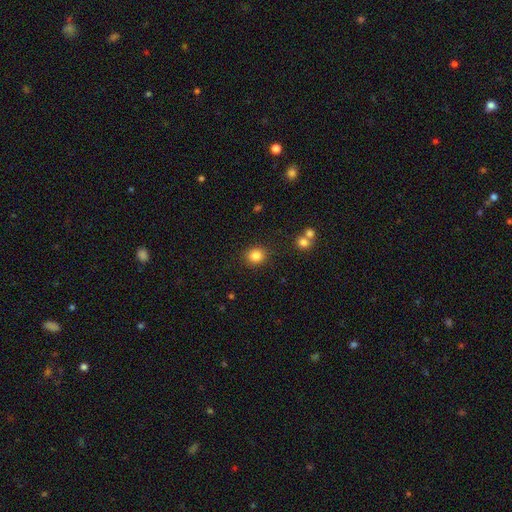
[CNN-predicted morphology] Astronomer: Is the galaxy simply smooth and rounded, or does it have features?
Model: smooth — 83%.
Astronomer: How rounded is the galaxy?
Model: round — 82%.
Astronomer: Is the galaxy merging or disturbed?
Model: none — 88%.